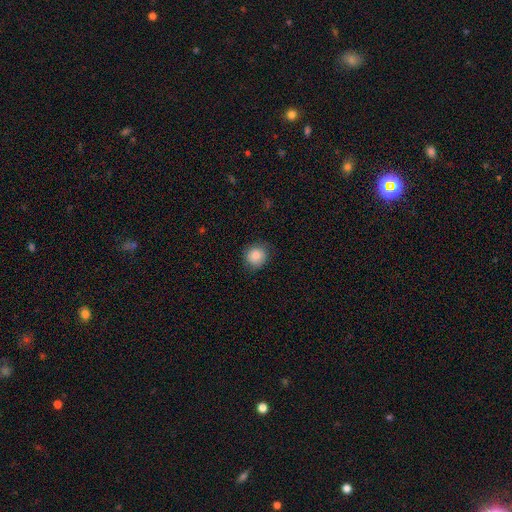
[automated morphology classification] This is clearly a smooth galaxy (85%). How rounded: clearly round (87%). Merging: likely none (79%).